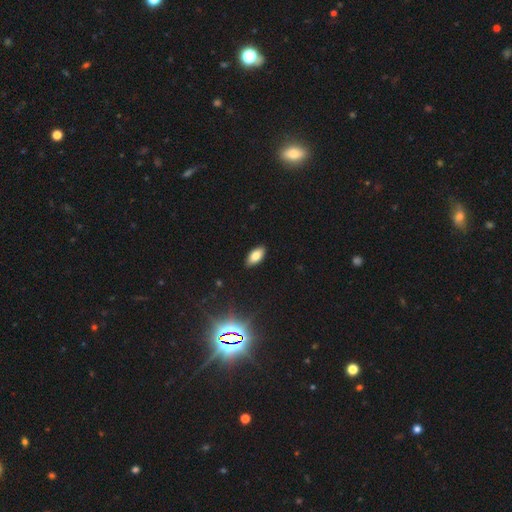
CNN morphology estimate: Smooth or featured?
  - smooth: 80% *
  - star or artifact: 10%
  - featured or disk: 10%
How rounded?
  - in between: 91% *
  - cigar-shaped: 7%
  - round: 3%
Merging?
  - none: 89% *
  - minor disturbance: 8%
  - major disturbance: 2%
  - merger: 1%